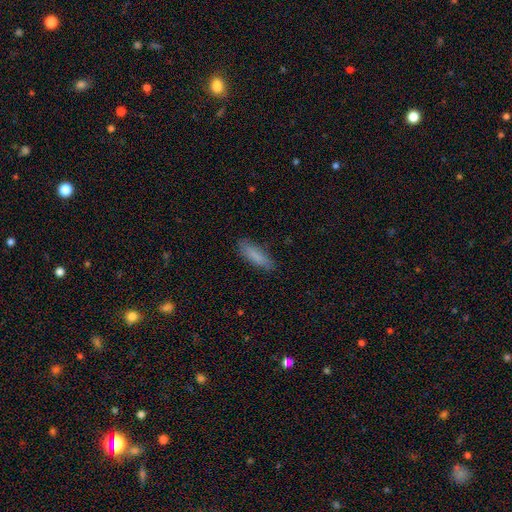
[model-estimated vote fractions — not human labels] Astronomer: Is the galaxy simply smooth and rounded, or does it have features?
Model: smooth — 83%.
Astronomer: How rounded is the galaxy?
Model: cigar-shaped — 60% (runner-up: in between, 39%).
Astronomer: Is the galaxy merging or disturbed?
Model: none — 84%.